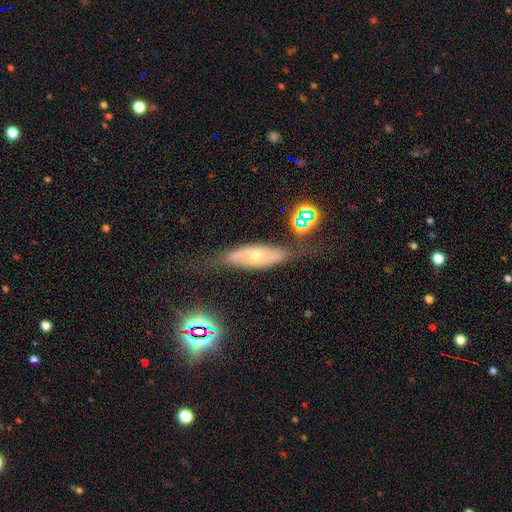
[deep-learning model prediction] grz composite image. It shows a featured or disk galaxy (56%). Merging: none (60%).